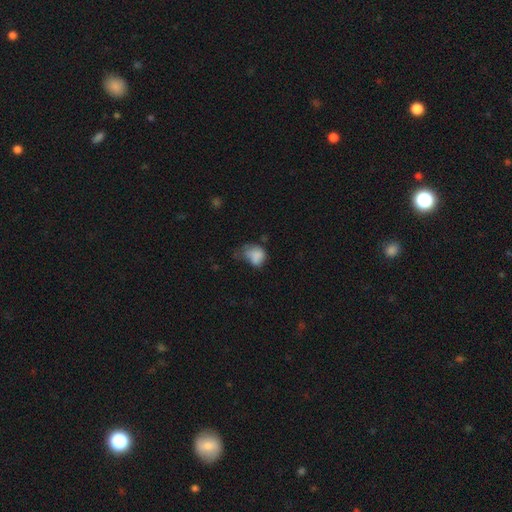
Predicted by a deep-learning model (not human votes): Overall: smooth (74%). How rounded: in between (60%; round 39%). Merging: minor disturbance (35%; major disturbance 34%).